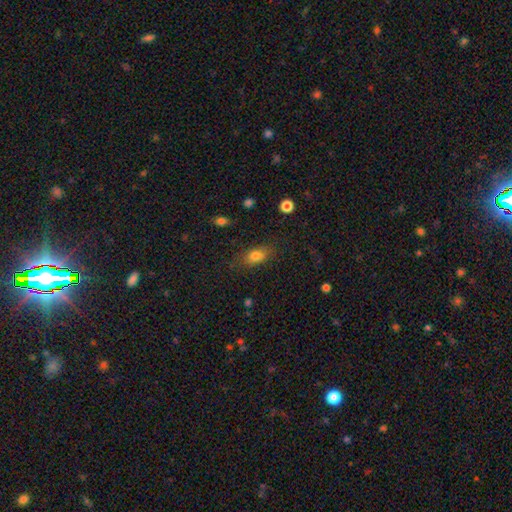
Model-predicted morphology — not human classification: Overall: smooth (79%). How rounded: in between (81%). Merging: none (77%).